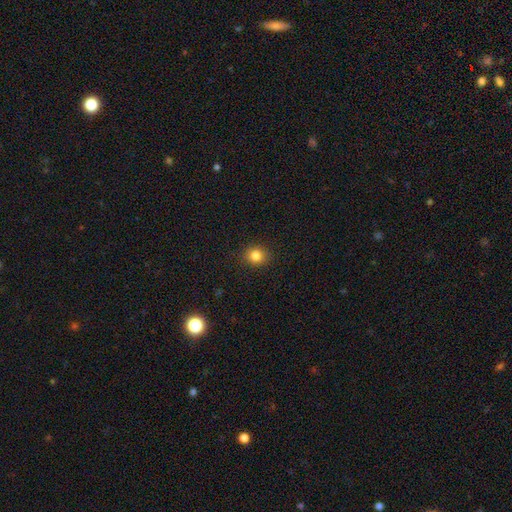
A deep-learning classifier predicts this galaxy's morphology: A smooth galaxy with no disk features (83%) that is round (85%).

Vote fractions:
- Smooth or featured? smooth: 83% / star or artifact: 12% / featured or disk: 5%
- How rounded? round: 85% / in between: 14% / cigar-shaped: 1%
- Merging? none: 91% / minor disturbance: 6% / major disturbance: 2% / merger: 1%